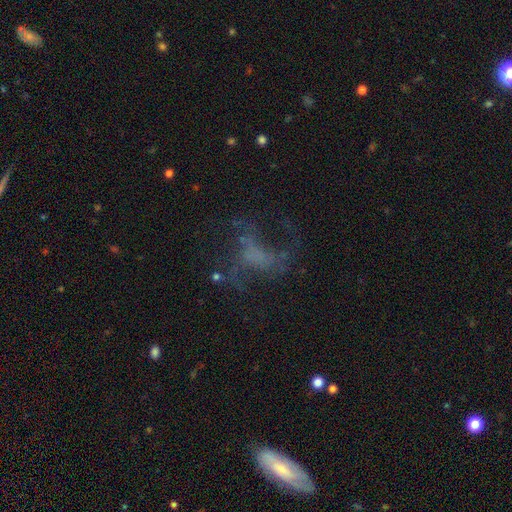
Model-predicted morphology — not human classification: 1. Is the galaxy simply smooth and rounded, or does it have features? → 55% featured or disk, 24% star or artifact, 22% smooth.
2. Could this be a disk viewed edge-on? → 97% no, 3% yes.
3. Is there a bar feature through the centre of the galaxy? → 72% no, 21% weak, 6% strong.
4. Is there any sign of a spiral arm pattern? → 52% no, 48% yes.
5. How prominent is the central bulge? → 70% none, 15% small, 10% moderate, 4% large, 1% dominant.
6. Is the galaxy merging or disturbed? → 44% none, 38% major disturbance, 15% minor disturbance, 3% merger.